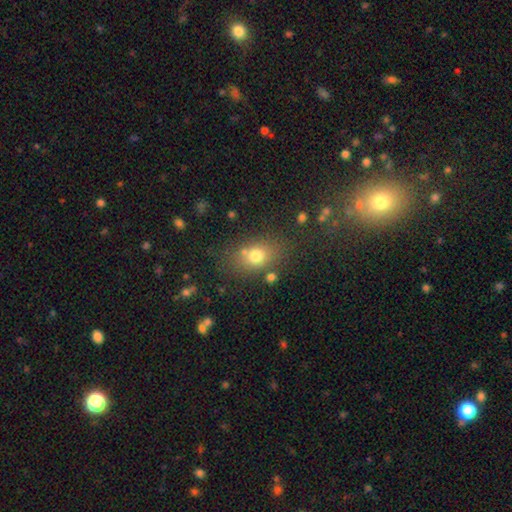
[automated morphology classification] smooth_or_featured: smooth (p=0.72) [alt: star or artifact p=0.15]
how_rounded: in between (p=0.58) [alt: round p=0.40]
merging: none (p=0.72) [alt: minor disturbance p=0.14]